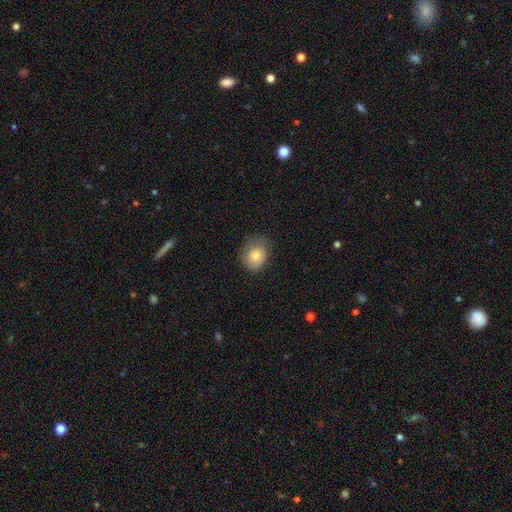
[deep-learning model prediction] smooth 78%, featured or disk 14%, star or artifact 9%. Down the decision tree: how rounded — round (61%); merging — none (71%).